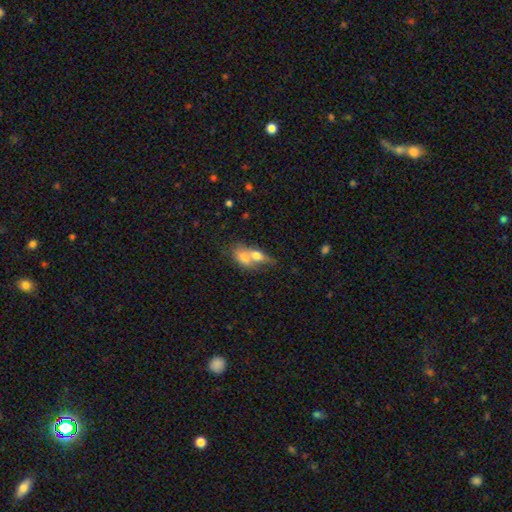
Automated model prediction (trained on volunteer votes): smooth_or_featured: smooth (p=0.67) [alt: featured or disk p=0.25]
how_rounded: in between (p=0.73) [alt: round p=0.18]
merging: merger (p=0.75) [alt: none p=0.15]